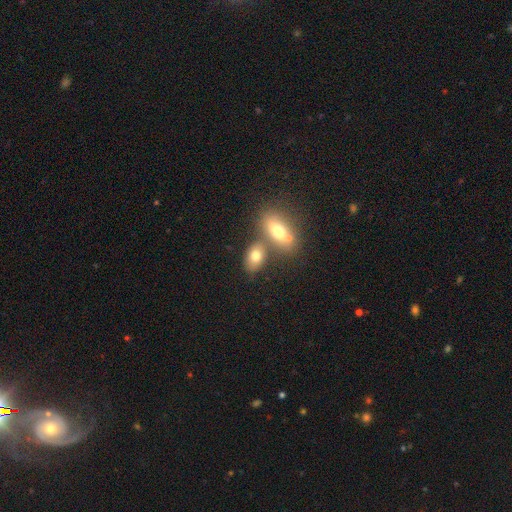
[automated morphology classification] This appears to be a smooth galaxy with no disk features (74%) that is in between round and cigar-shaped (84%). Merging: none (48%).